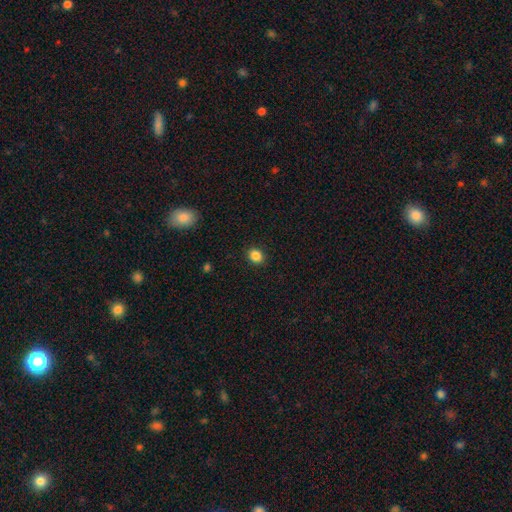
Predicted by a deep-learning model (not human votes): smooth 86%, star or artifact 11%, featured or disk 4%. Down the decision tree: how rounded — round (59%); merging — none (90%).